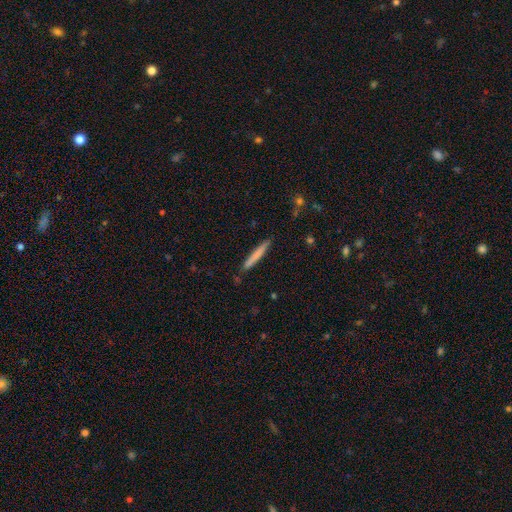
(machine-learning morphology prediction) Smooth or featured: smooth — 73% (featured or disk — 22%)
How rounded: cigar-shaped — 96% (in between — 3%)
Merging: none — 88% (minor disturbance — 8%)